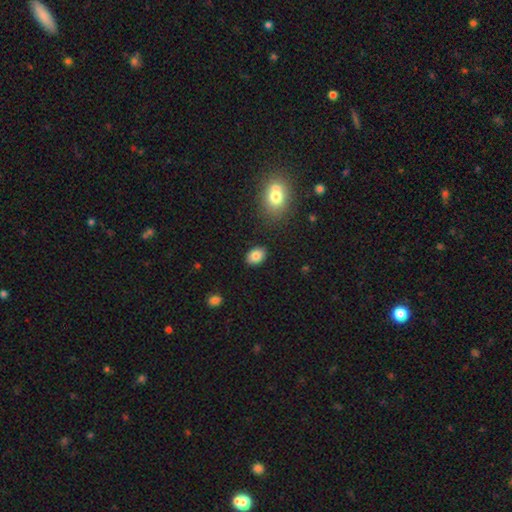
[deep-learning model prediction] A smooth galaxy with no disk features (85%) that is in between round and cigar-shaped (77%).

Vote fractions:
- Smooth or featured? smooth: 85% / star or artifact: 8% / featured or disk: 7%
- How rounded? in between: 77% / round: 21% / cigar-shaped: 1%
- Merging? none: 87% / minor disturbance: 9% / major disturbance: 2% / merger: 2%